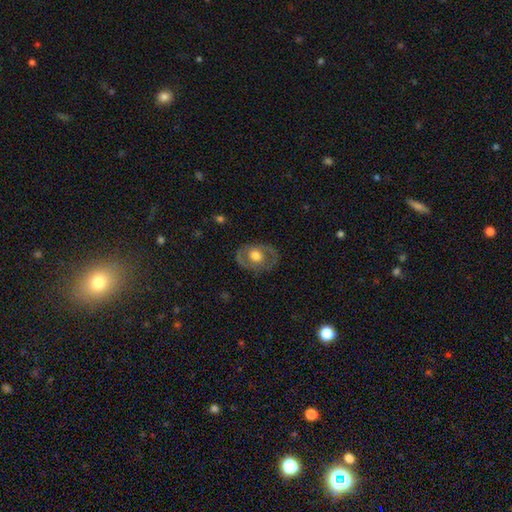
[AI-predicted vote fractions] Smooth or featured? Predicted: featured or disk (p=0.53). Edge-on disk? Predicted: no (p=0.92). Merging? Predicted: none (p=0.77).